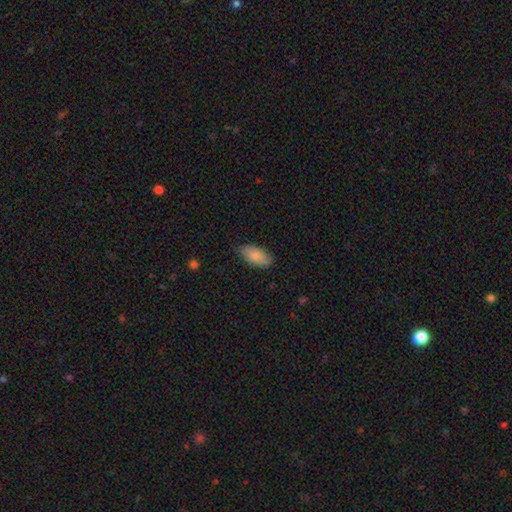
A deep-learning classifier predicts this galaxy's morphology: Overall: smooth (83%). How rounded: in between (94%). Merging: none (80%).